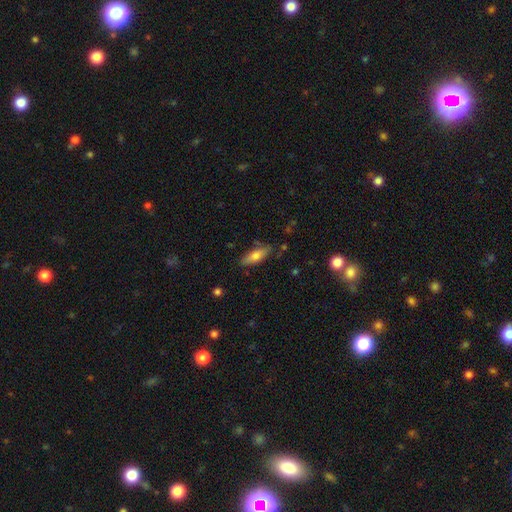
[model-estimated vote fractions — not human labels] Smooth or featured? Predicted: smooth (p=0.69). How rounded? Predicted: in between (p=0.63). Merging? Predicted: none (p=0.77).